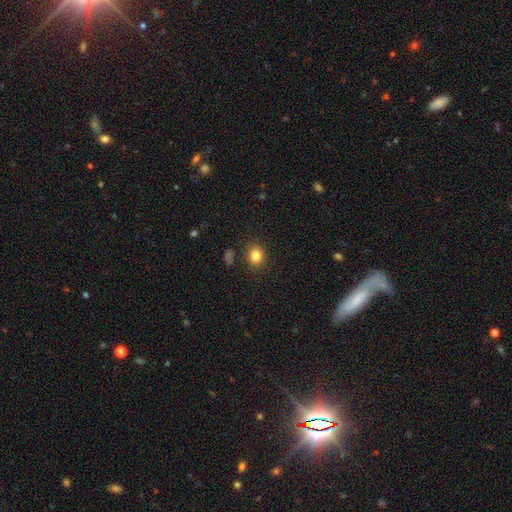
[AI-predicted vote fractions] This is clearly a smooth galaxy (83%). How rounded: likely round (69%). Merging: clearly none (87%).